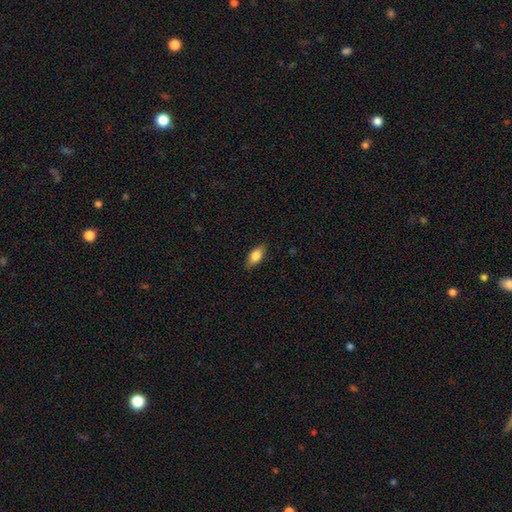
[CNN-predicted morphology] A smooth galaxy with no disk features (74%) that is in between round and cigar-shaped (83%).

Vote fractions:
- Smooth or featured? smooth: 74% / featured or disk: 18% / star or artifact: 7%
- How rounded? in between: 83% / cigar-shaped: 11% / round: 5%
- Merging? none: 83% / minor disturbance: 13% / major disturbance: 3% / merger: 1%